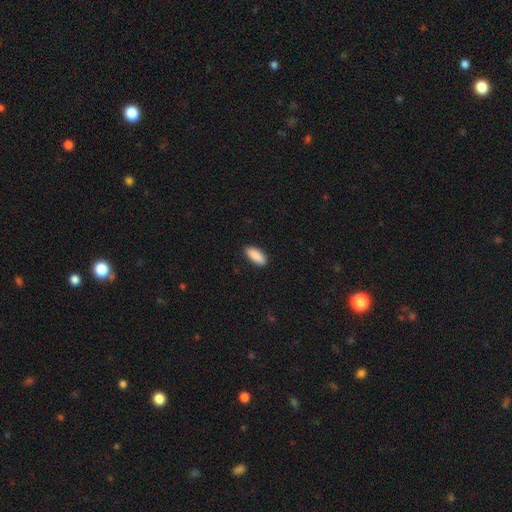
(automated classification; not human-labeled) smooth-or-featured: smooth: 91% | star or artifact: 6% | featured or disk: 3%
  how-rounded: in between: 85% | cigar-shaped: 13% | round: 2%
  merging: none: 89% | minor disturbance: 8% | major disturbance: 2% | merger: 1%